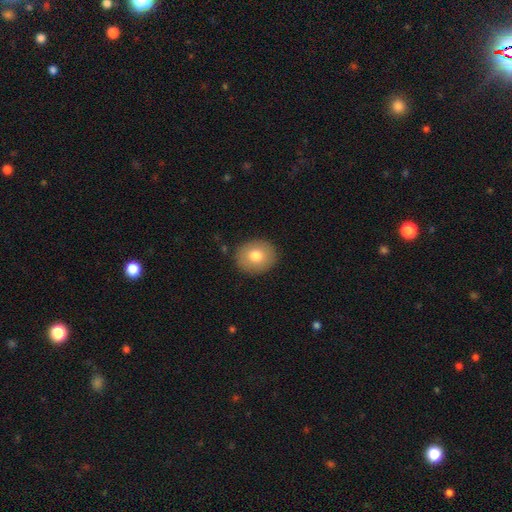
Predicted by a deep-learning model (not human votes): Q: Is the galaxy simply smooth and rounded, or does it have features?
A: smooth — 77%.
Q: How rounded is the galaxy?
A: round — 73%.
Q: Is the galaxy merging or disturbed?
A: none — 89%.